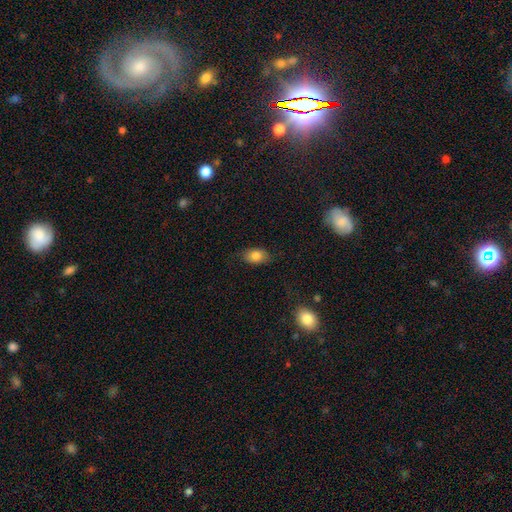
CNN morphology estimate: This is clearly a smooth galaxy (81%). How rounded: clearly in between (85%). Merging: likely none (79%).